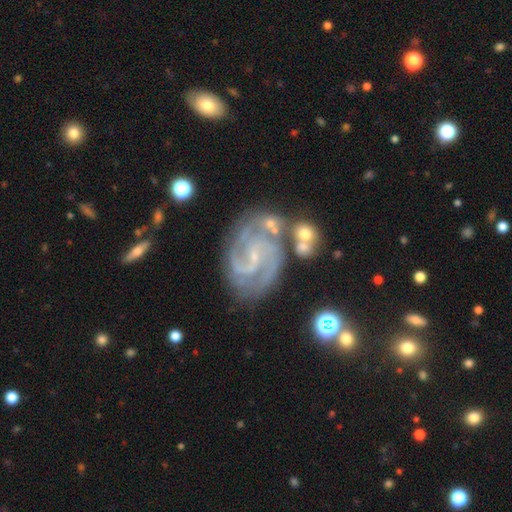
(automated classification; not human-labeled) Overall: featured or disk (91%). Edge-on disk: no (98%). Bar: weak (44%; no 36%). Spiral arms: yes (98%). Spiral arm count: 2 (68%). Spiral winding: tight (53%; medium 41%). Bulge size: small (78%). Merging: none (67%).